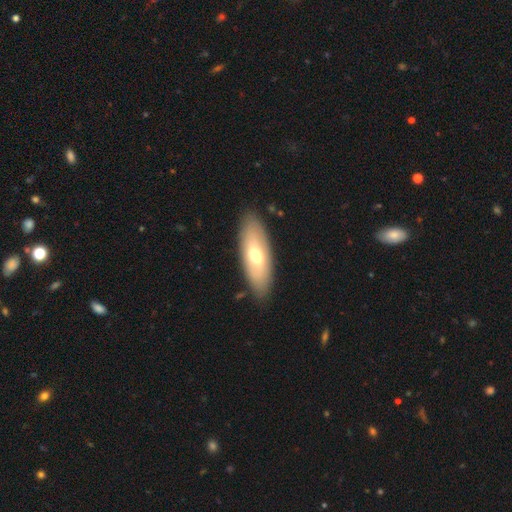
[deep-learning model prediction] Q: Smooth or featured?
A: smooth (55%); runner-up: featured or disk (40%)
Q: How rounded?
A: in between (75%); runner-up: cigar-shaped (23%)
Q: Merging?
A: none (85%); runner-up: minor disturbance (11%)